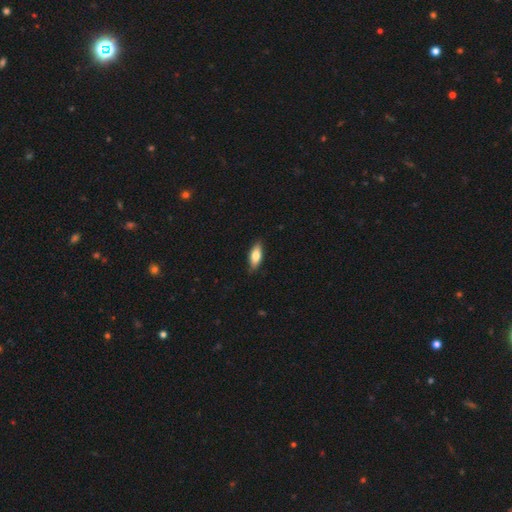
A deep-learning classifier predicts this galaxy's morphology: The model was most divided on "how rounded": in between: 74%, cigar-shaped: 24%, round: 2%. More confident: merging — none (84%); smooth or featured — smooth (75%).